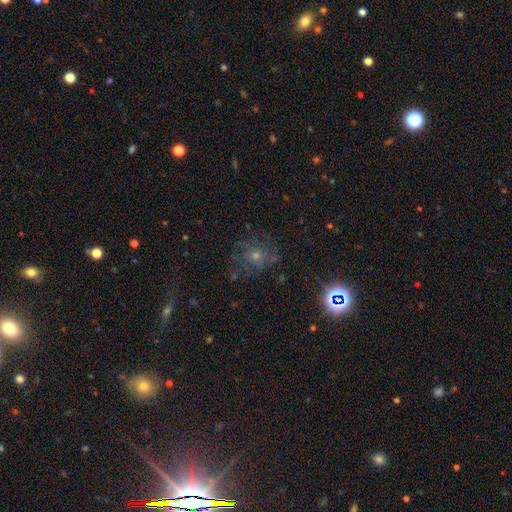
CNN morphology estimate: The model was most divided on "smooth or featured": star or artifact: 36%, featured or disk: 35%, smooth: 29%.